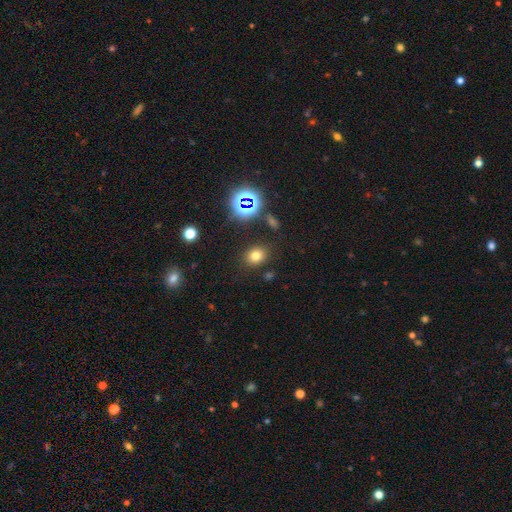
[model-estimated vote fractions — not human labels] Smooth or featured? smooth (72%)
How rounded? round (51%)
Merging? none (84%)